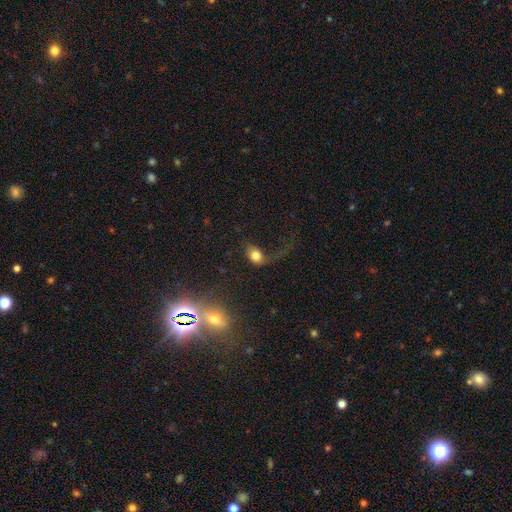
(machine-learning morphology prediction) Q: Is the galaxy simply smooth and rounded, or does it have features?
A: smooth — 68%.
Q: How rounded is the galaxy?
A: in between — 65%.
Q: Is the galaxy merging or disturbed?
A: major disturbance — 41%.